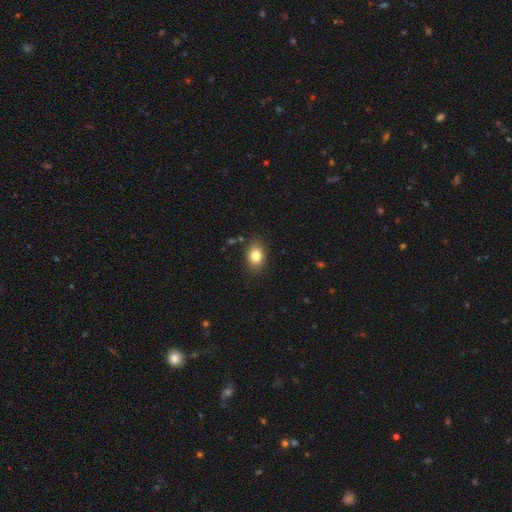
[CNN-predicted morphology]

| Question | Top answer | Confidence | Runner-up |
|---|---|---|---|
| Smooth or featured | smooth | 82% | star or artifact (10%) |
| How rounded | in between | 68% | round (31%) |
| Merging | none | 84% | minor disturbance (11%) |